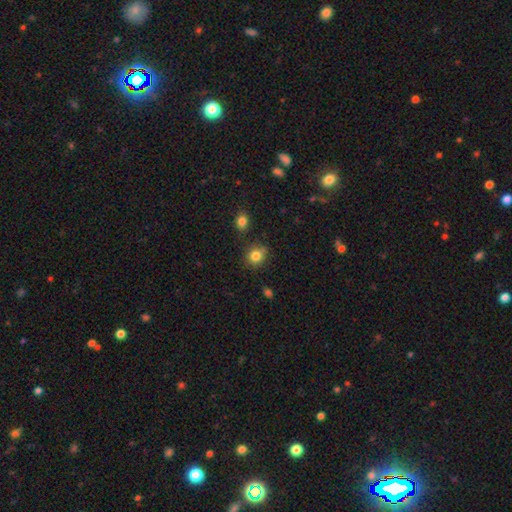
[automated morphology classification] smooth_or_featured: smooth (p=0.83) [alt: star or artifact p=0.11]
how_rounded: round (p=0.76) [alt: in between p=0.23]
merging: none (p=0.75) [alt: minor disturbance p=0.17]